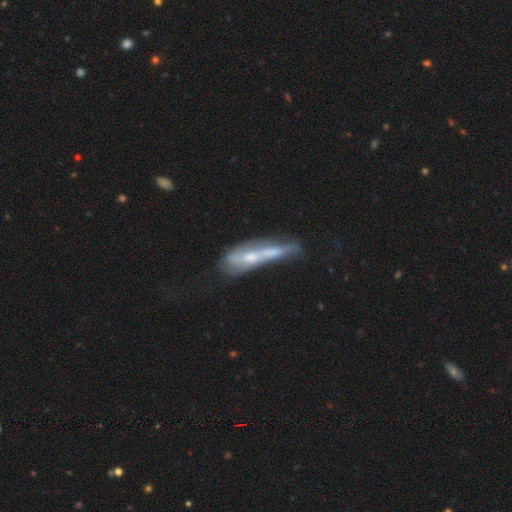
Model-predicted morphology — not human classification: The model was most divided on "edge-on disk": no: 51%, yes: 49%. Remaining: smooth or featured — featured or disk (58%); merging — none (32%).